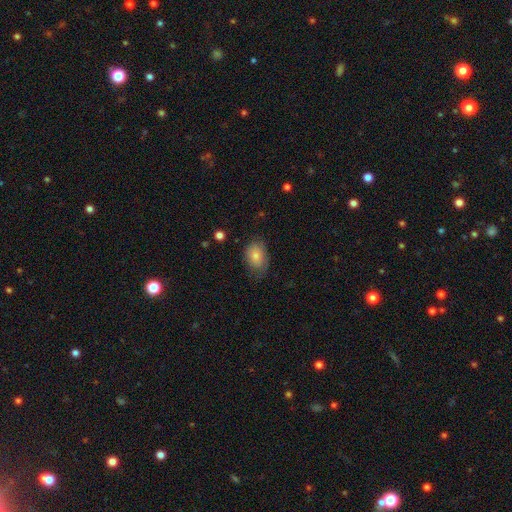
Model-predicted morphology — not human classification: Q: Smooth or featured?
A: smooth (79%); runner-up: featured or disk (14%)
Q: How rounded?
A: in between (79%); runner-up: round (19%)
Q: Merging?
A: none (65%); runner-up: minor disturbance (25%)